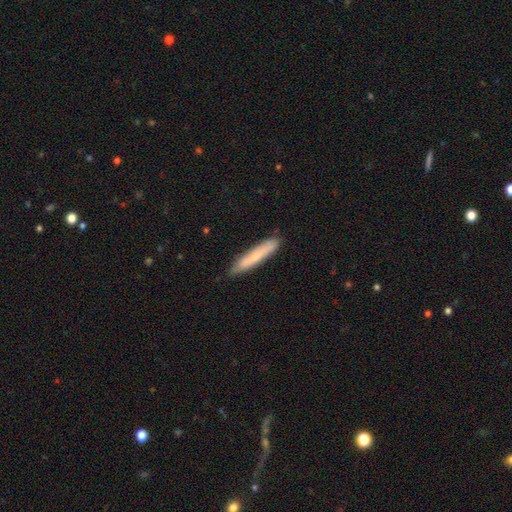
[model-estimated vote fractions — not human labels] Smooth or featured? Predicted: smooth (p=0.71). How rounded? Predicted: cigar-shaped (p=0.94). Merging? Predicted: none (p=0.86).